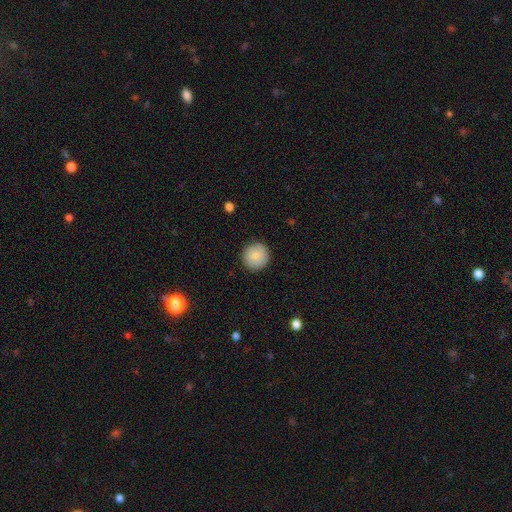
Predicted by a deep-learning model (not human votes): smooth 84%, featured or disk 9%, star or artifact 7%. Down the decision tree: how rounded — round (95%); merging — none (90%).